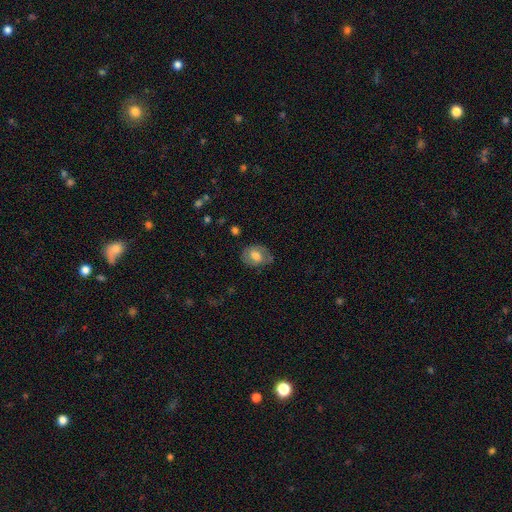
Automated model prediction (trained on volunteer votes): Smooth or featured? smooth (58%)
How rounded? in between (62%)
Merging? none (67%)